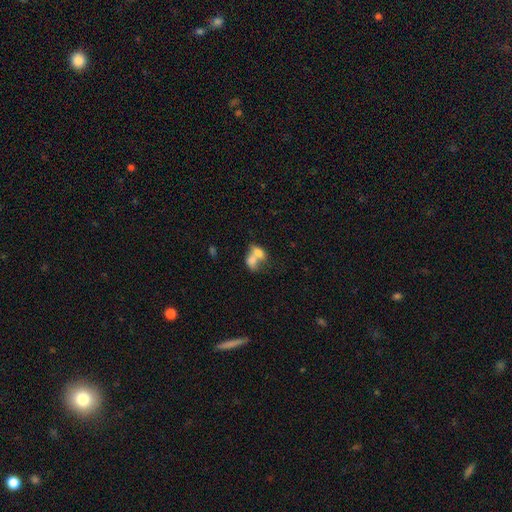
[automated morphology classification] Smooth or featured?
  - smooth: 67% *
  - featured or disk: 23%
  - star or artifact: 9%
How rounded?
  - in between: 75% *
  - round: 21%
  - cigar-shaped: 4%
Merging?
  - merger: 72% *
  - none: 16%
  - minor disturbance: 6%
  - major disturbance: 6%